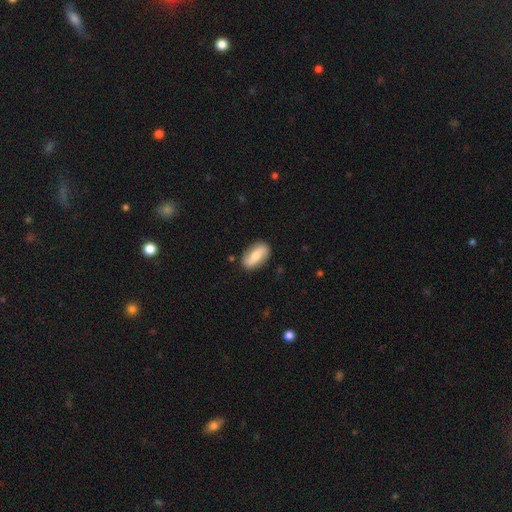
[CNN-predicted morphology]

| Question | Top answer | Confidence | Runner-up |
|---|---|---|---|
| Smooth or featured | smooth | 58% | featured or disk (35%) |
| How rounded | in between | 86% | cigar-shaped (9%) |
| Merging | none | 84% | minor disturbance (11%) |